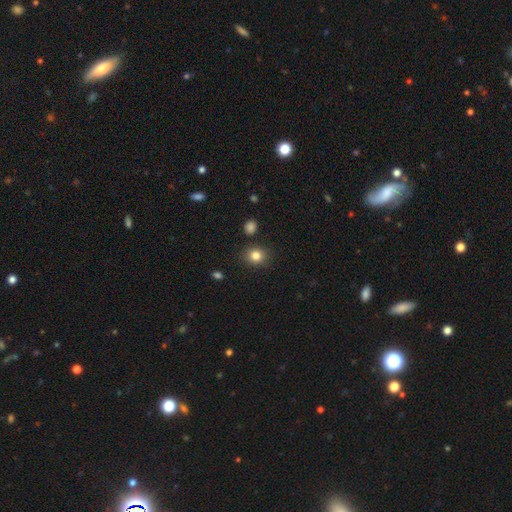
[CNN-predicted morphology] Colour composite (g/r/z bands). It shows a smooth galaxy with no disk features (84%) that is round (73%). Merging: none (85%).